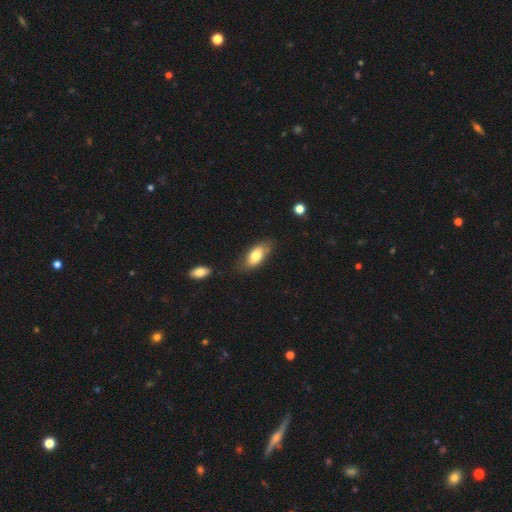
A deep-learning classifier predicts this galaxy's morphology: This is likely a smooth galaxy (75%). How rounded: clearly in between (85%). Merging: likely none (72%).